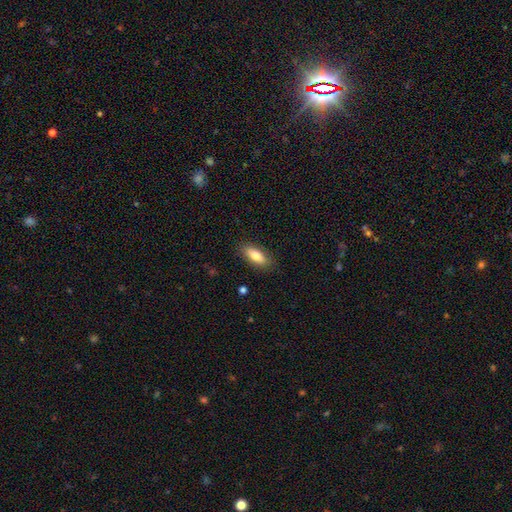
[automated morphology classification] type=smooth (77%); roundness=in between (75%); merging=none (86%).